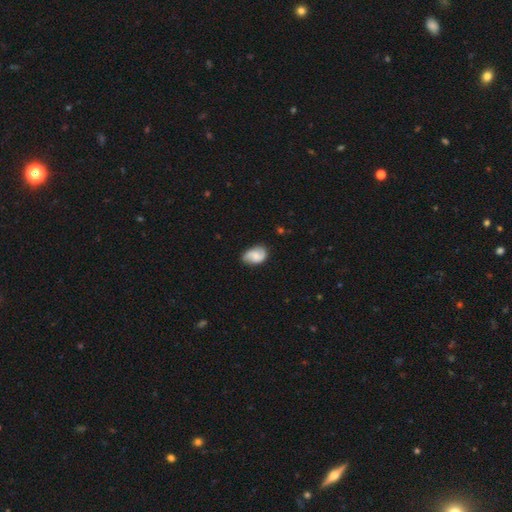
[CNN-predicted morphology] A smooth galaxy with no disk features (48%).

Vote fractions:
- Smooth or featured? smooth: 48% / featured or disk: 45% / star or artifact: 8%
- Merging? none: 71% / minor disturbance: 23% / major disturbance: 5% / merger: 1%